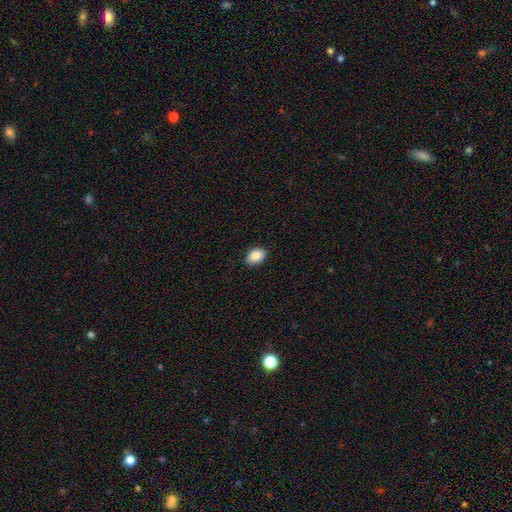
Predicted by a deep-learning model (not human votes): smooth-or-featured: smooth: 87% | star or artifact: 8% | featured or disk: 5%
  how-rounded: in between: 82% | round: 16% | cigar-shaped: 1%
  merging: none: 88% | minor disturbance: 9% | major disturbance: 2% | merger: 1%